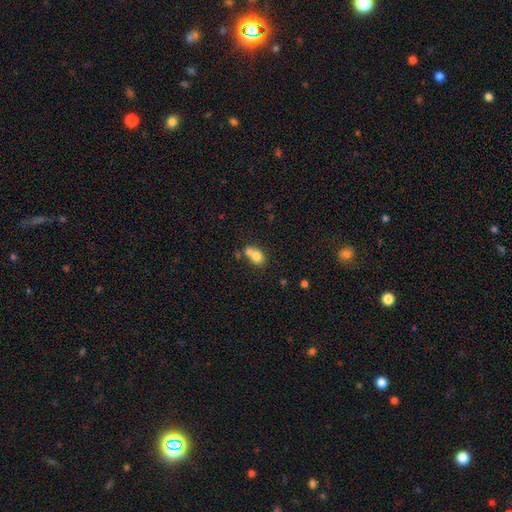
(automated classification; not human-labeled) smooth-or-featured: smooth: 74% | featured or disk: 16% | star or artifact: 10%
  how-rounded: in between: 54% | round: 45% | cigar-shaped: 1%
  merging: merger: 55% | none: 31% | minor disturbance: 10% | major disturbance: 5%